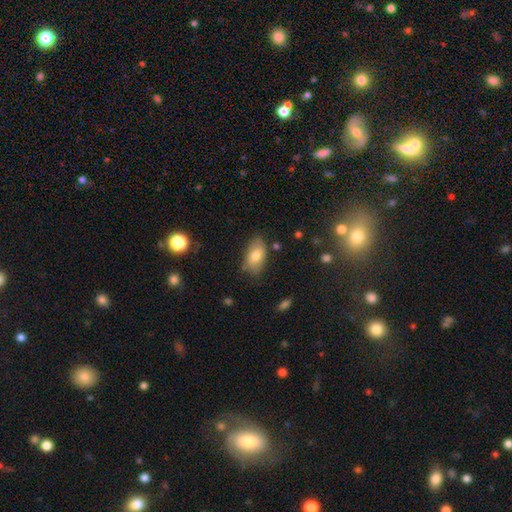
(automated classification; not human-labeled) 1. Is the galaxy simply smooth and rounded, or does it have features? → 77% smooth, 16% featured or disk, 7% star or artifact.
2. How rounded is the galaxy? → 93% in between, 5% round, 2% cigar-shaped.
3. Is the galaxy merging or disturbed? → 75% none, 19% minor disturbance, 4% major disturbance, 2% merger.